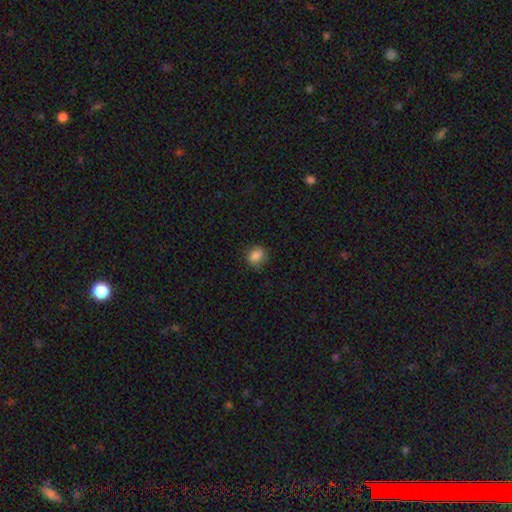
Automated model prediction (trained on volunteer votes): Smooth or featured? smooth (85%)
How rounded? in between (54%)
Merging? none (79%)